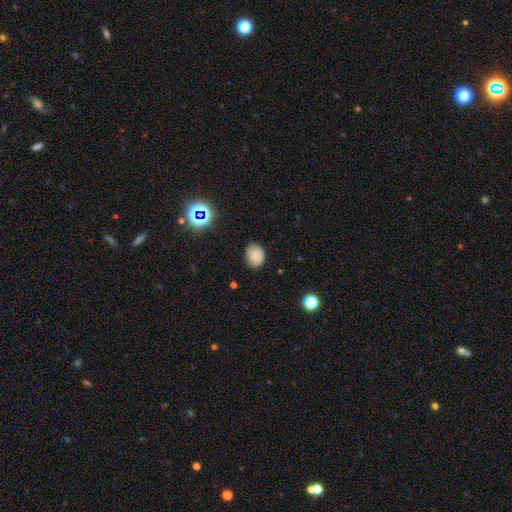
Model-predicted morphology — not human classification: Smooth or featured? Predicted: smooth (p=0.80). How rounded? Predicted: in between (p=0.52). Merging? Predicted: none (p=0.81).